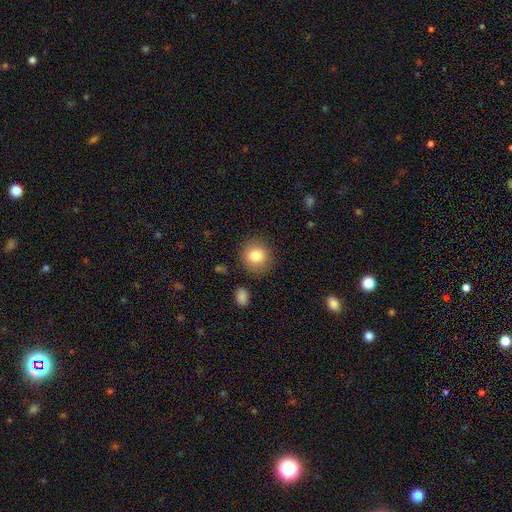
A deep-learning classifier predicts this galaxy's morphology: This is clearly a smooth galaxy (85%). How rounded: clearly round (88%). Merging: clearly none (84%).